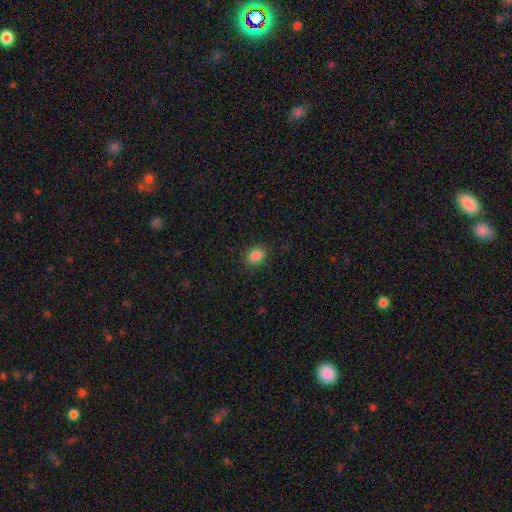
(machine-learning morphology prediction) Smooth or featured? smooth (86%)
How rounded? in between (65%)
Merging? none (88%)